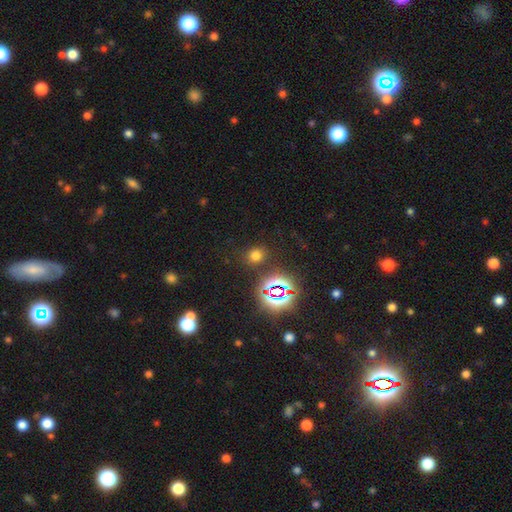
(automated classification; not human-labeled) Q: Smooth or featured?
A: smooth (65%); runner-up: star or artifact (29%)
Q: How rounded?
A: round (71%); runner-up: in between (28%)
Q: Merging?
A: none (83%); runner-up: minor disturbance (9%)